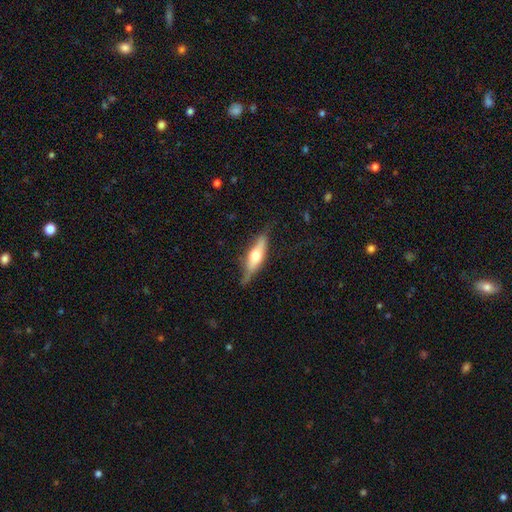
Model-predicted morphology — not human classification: Smooth or featured?
  - featured or disk: 52% *
  - smooth: 43%
  - star or artifact: 6%
Edge-on disk?
  - yes: 86% *
  - no: 14%
Merging?
  - none: 67% *
  - minor disturbance: 25%
  - major disturbance: 6%
  - merger: 2%